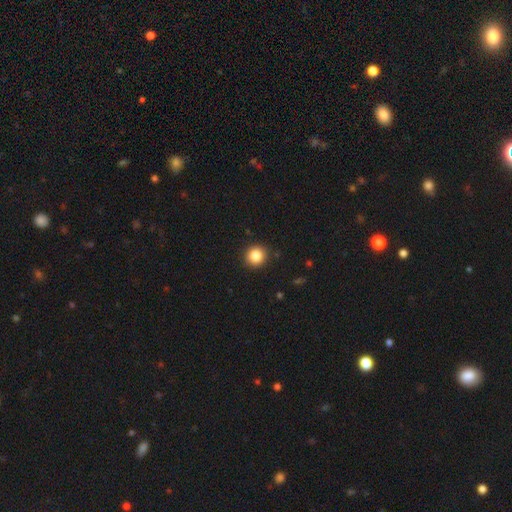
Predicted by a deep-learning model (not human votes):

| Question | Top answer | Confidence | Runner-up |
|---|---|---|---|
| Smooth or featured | smooth | 85% | star or artifact (10%) |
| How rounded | round | 91% | in between (8%) |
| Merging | none | 91% | minor disturbance (6%) |